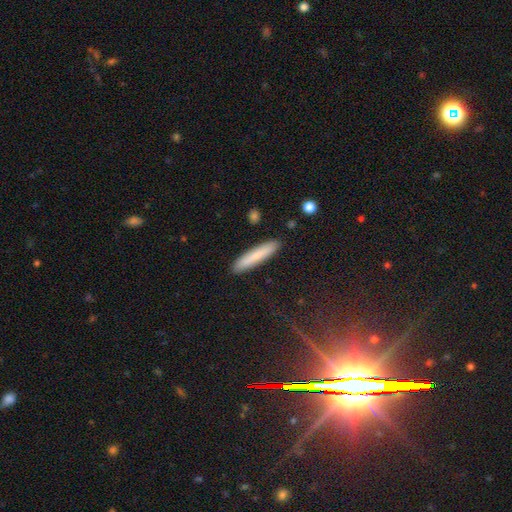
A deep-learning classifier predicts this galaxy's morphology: This appears to be a smooth galaxy with no disk features (78%) that is cigar-shaped (91%). Merging: none (90%).